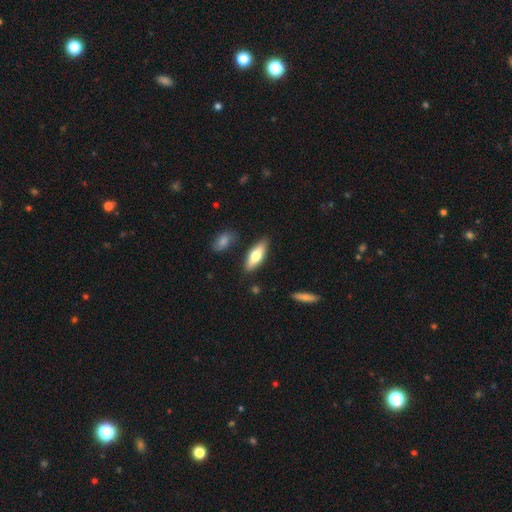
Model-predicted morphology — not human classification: Smooth or featured? Predicted: smooth (p=0.68). How rounded? Predicted: in between (p=0.62). Merging? Predicted: none (p=0.84).